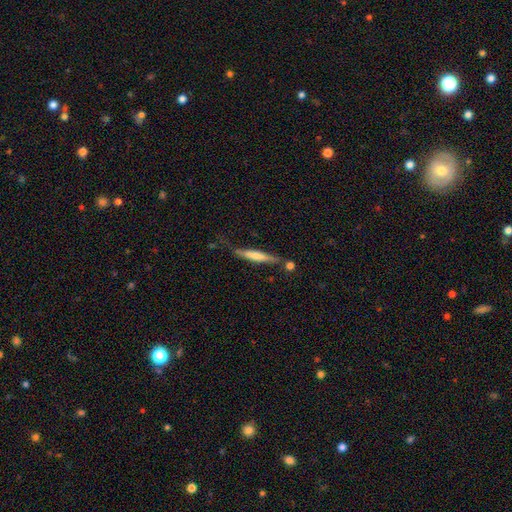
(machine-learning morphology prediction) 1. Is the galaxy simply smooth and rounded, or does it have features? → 54% smooth, 40% featured or disk, 6% star or artifact.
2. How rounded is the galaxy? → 92% cigar-shaped, 6% in between, 2% round.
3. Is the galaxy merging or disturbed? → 65% none, 21% minor disturbance, 9% merger, 6% major disturbance.